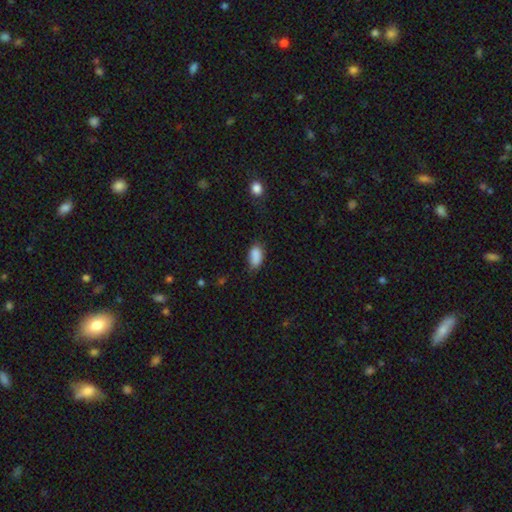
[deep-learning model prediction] Morphology: type=smooth (87%); roundness=in between (91%); merging=none (67%).